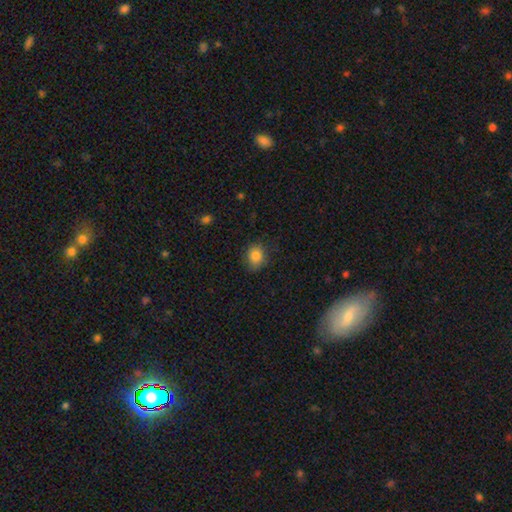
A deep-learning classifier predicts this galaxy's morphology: Smooth or featured? smooth (85%)
How rounded? round (57%)
Merging? none (81%)